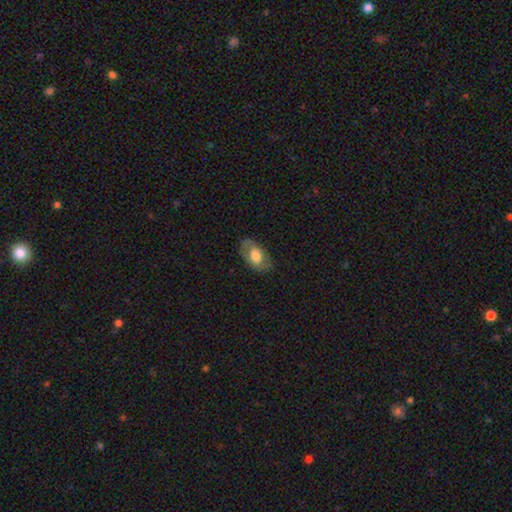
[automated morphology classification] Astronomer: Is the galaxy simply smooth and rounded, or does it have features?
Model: smooth — 59% (runner-up: featured or disk, 34%).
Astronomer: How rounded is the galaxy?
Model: in between — 91%.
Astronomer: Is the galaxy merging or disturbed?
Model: none — 77%.